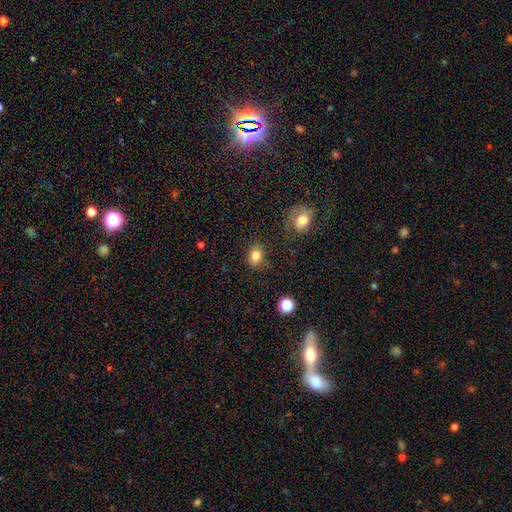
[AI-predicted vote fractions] A smooth galaxy with no disk features (83%) that is in between round and cigar-shaped (58%).

Vote fractions:
- Smooth or featured? smooth: 83% / star or artifact: 10% / featured or disk: 7%
- How rounded? in between: 58% / round: 40% / cigar-shaped: 1%
- Merging? none: 80% / minor disturbance: 13% / major disturbance: 5% / merger: 3%